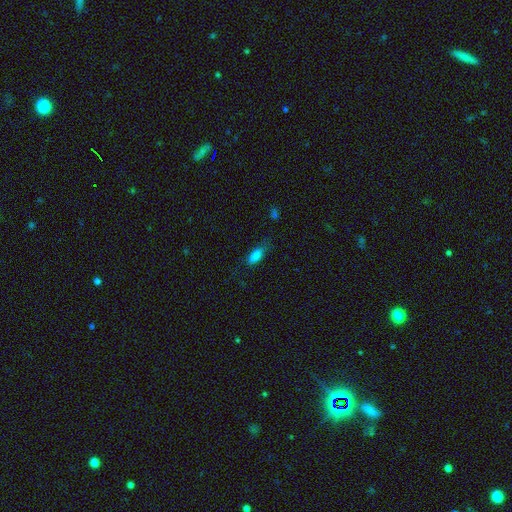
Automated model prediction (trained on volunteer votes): Morphology: type=smooth (81%); roundness=in between (79%); merging=none (67%).